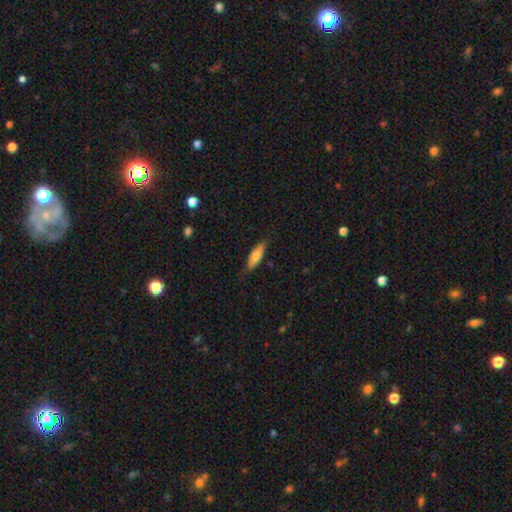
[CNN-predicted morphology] Q: Smooth or featured?
A: smooth (69%); runner-up: featured or disk (26%)
Q: How rounded?
A: in between (54%); runner-up: cigar-shaped (44%)
Q: Merging?
A: none (80%); runner-up: minor disturbance (16%)